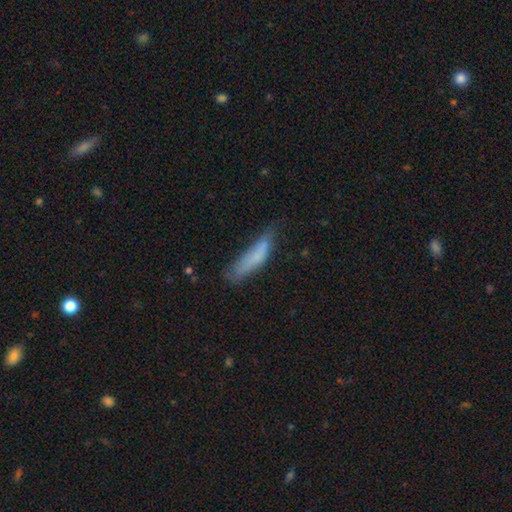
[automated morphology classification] Smooth or featured: smooth — 73% (featured or disk — 19%)
How rounded: cigar-shaped — 76% (in between — 22%)
Merging: none — 44% (minor disturbance — 34%)